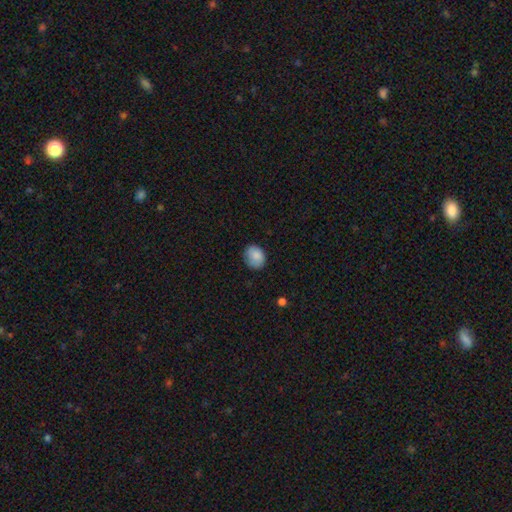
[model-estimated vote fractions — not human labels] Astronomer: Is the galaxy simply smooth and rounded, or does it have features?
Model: smooth — 85%.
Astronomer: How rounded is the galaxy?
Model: round — 56% (runner-up: in between, 43%).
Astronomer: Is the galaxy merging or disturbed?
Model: none — 74%.